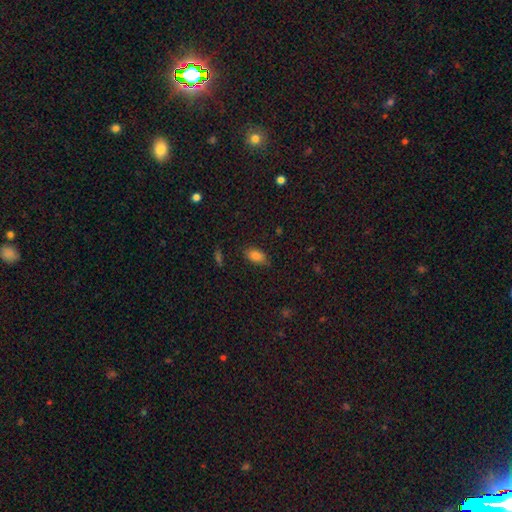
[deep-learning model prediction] Morphology: type=smooth (84%); roundness=in between (90%); merging=none (80%).